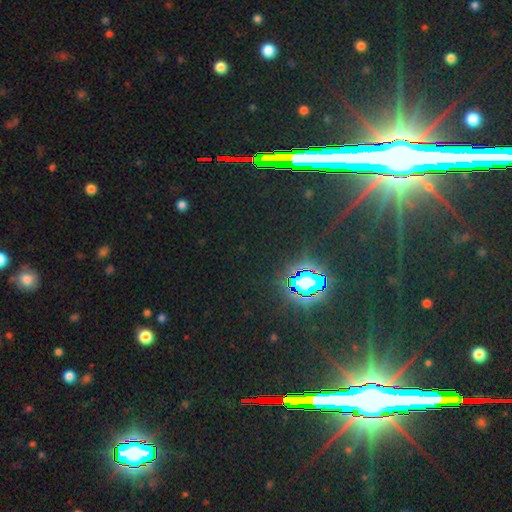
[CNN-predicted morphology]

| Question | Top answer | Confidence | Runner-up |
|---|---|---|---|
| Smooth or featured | star or artifact | 84% | featured or disk (8%) |